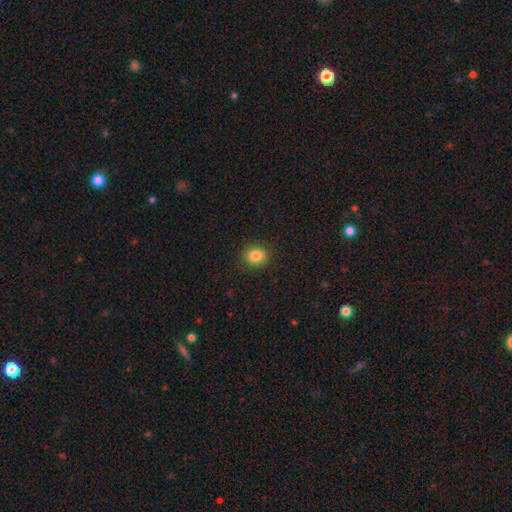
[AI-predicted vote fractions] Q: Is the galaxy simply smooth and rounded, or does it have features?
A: smooth — 85%.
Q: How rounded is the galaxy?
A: round — 80%.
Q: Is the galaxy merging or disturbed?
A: none — 90%.